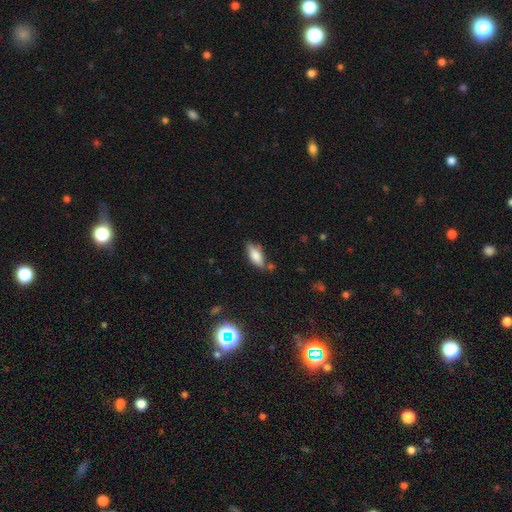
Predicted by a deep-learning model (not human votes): Smooth or featured?
  - smooth: 72% *
  - featured or disk: 20%
  - star or artifact: 8%
How rounded?
  - in between: 75% *
  - cigar-shaped: 22%
  - round: 3%
Merging?
  - none: 69% *
  - minor disturbance: 20%
  - merger: 6%
  - major disturbance: 4%